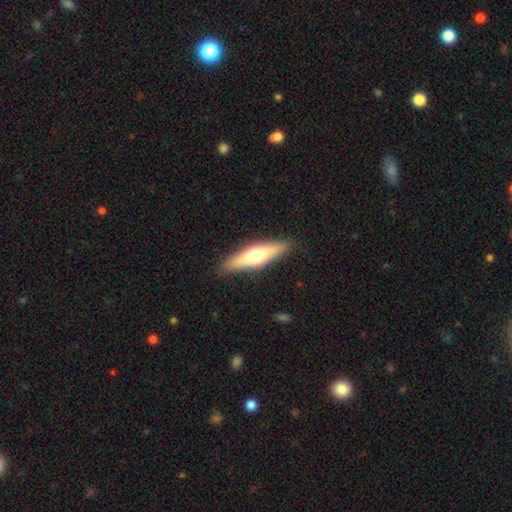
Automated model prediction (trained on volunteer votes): This appears to be a smooth galaxy with no disk features (52%) that is cigar-shaped (71%). Merging: none (88%).